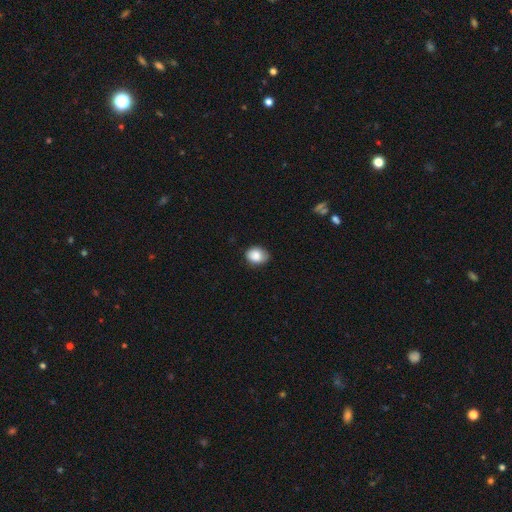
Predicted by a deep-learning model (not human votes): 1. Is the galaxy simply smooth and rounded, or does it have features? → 86% smooth, 8% star or artifact, 6% featured or disk.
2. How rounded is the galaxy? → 53% in between, 46% round, 1% cigar-shaped.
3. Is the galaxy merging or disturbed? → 66% none, 28% minor disturbance, 5% major disturbance, 1% merger.